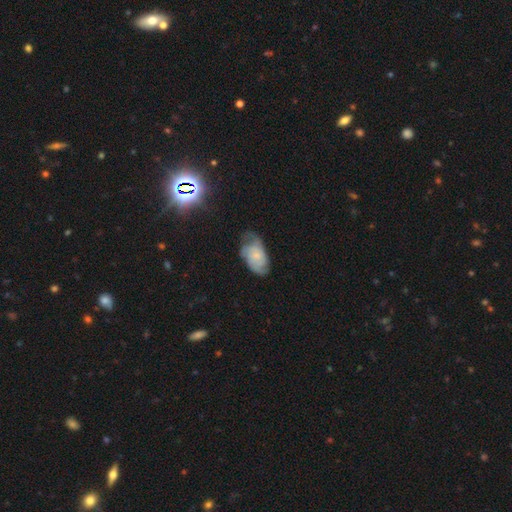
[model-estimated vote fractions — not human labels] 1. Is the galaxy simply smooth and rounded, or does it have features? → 53% featured or disk, 39% smooth, 8% star or artifact.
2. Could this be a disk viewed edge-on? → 96% no, 4% yes.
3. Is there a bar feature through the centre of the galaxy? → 77% no, 20% weak, 3% strong.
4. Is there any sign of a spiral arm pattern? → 85% yes, 15% no.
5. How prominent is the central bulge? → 51% small, 24% none, 20% moderate, 4% large, 2% dominant.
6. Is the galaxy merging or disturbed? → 48% none, 33% minor disturbance, 17% major disturbance, 2% merger.